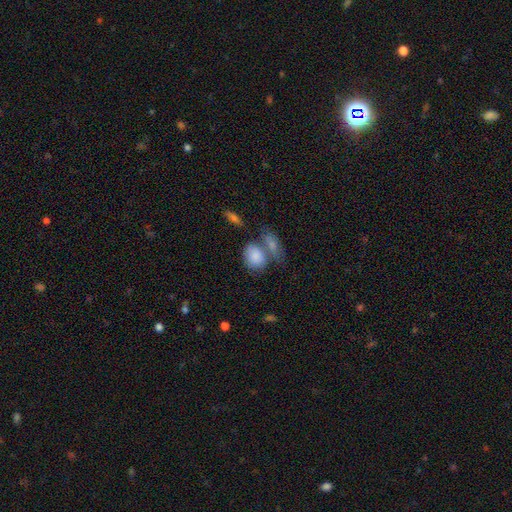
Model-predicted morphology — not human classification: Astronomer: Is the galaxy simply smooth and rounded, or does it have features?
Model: smooth — 83%.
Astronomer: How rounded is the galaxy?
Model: in between — 62%.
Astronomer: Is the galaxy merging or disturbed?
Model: merger — 44% (runner-up: none, 35%).